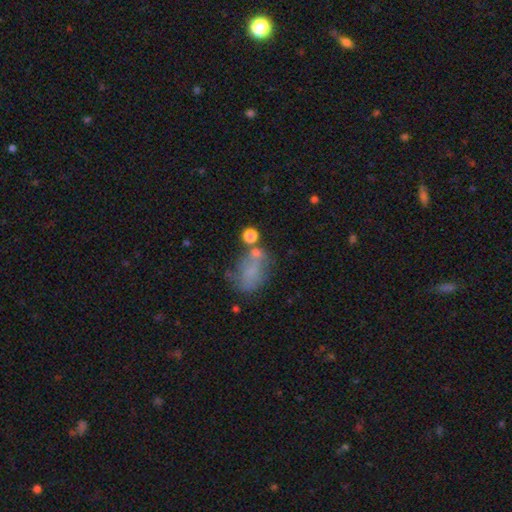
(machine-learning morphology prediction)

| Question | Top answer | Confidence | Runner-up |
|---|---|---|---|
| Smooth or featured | smooth | 60% | featured or disk (26%) |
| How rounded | in between | 66% | round (32%) |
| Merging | none | 38% | minor disturbance (22%) |